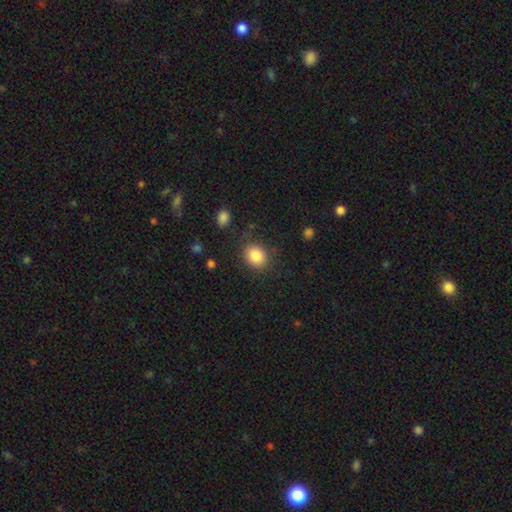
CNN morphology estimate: This appears to be a smooth galaxy with no disk features (85%) that is round (58%). Merging: none (82%).